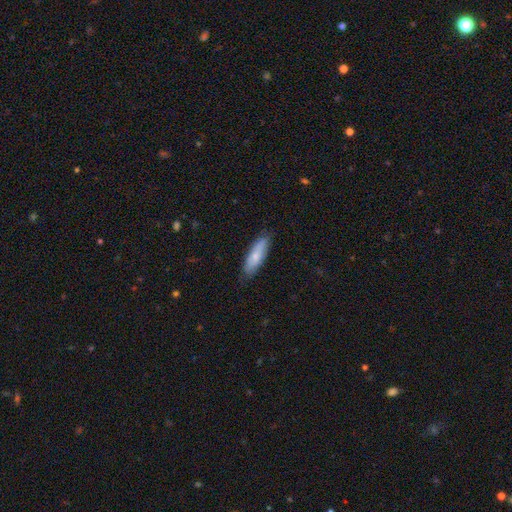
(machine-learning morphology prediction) Smooth or featured? smooth (72%)
How rounded? cigar-shaped (56%)
Merging? none (81%)